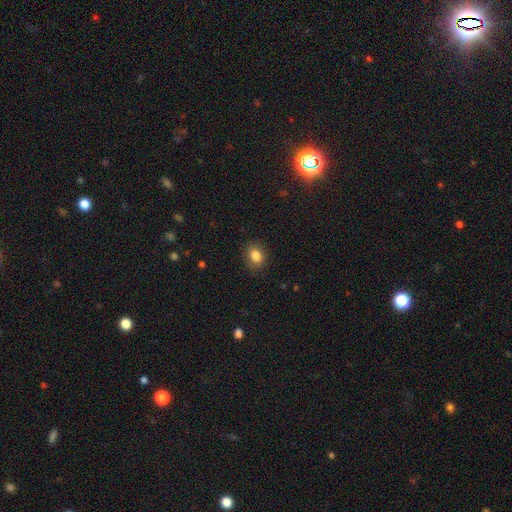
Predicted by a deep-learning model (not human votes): This appears to be a smooth galaxy with no disk features (85%) that is in between round and cigar-shaped (60%). Merging: none (86%).